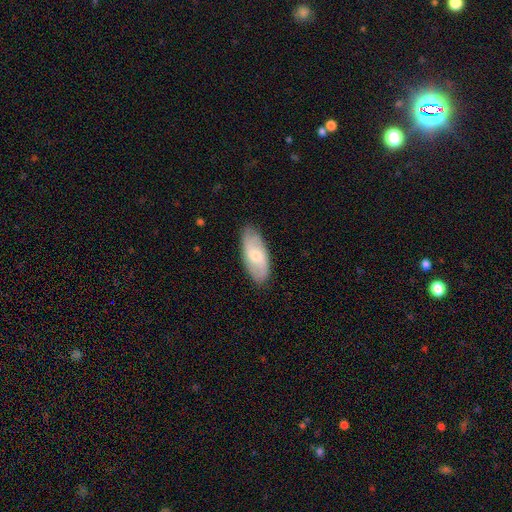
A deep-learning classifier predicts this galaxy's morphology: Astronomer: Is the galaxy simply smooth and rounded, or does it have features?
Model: featured or disk — 47%, tied with smooth at 47%.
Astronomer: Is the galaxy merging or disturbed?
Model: none — 84%.